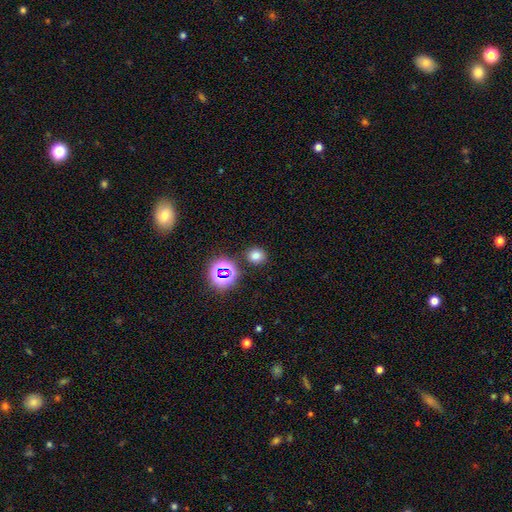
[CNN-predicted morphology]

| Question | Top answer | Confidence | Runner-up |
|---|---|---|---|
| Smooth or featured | smooth | 71% | star or artifact (22%) |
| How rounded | round | 81% | in between (18%) |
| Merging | none | 86% | minor disturbance (7%) |